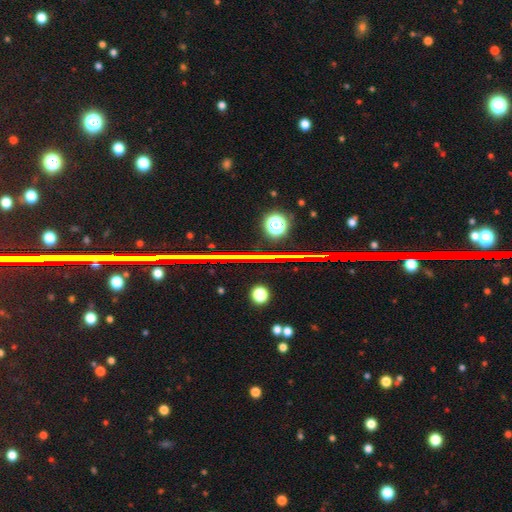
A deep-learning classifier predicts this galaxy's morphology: smooth-or-featured: star or artifact: 69% | featured or disk: 19% | smooth: 12%